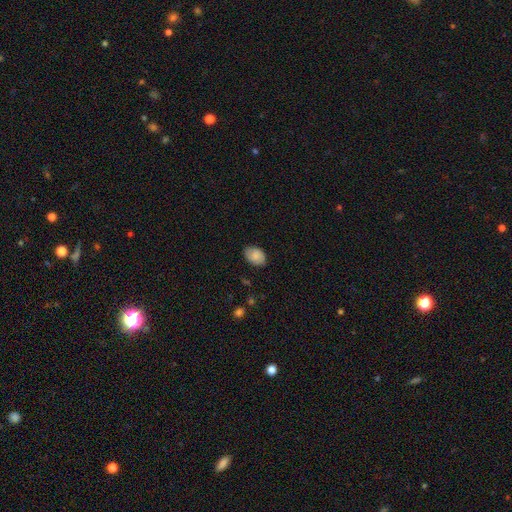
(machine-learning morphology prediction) A smooth galaxy with no disk features (79%) that is in between round and cigar-shaped (83%). Merging: none (78%).